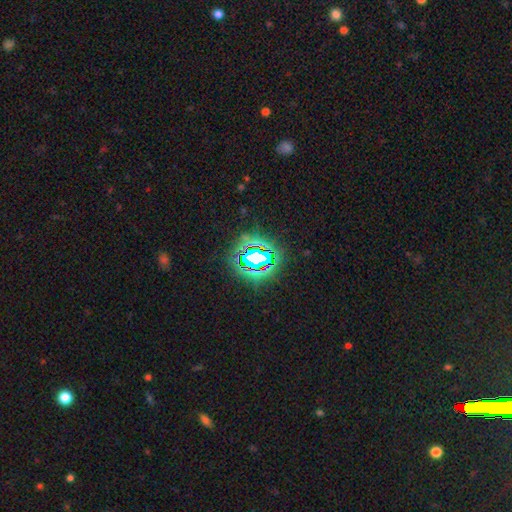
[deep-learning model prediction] Morphology: type=star or artifact (71%).